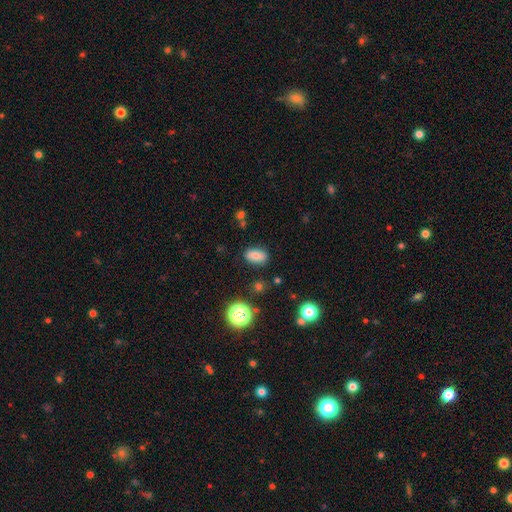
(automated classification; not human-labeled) A smooth galaxy with no disk features (75%) that is in between round and cigar-shaped (86%). Merging: none (83%).